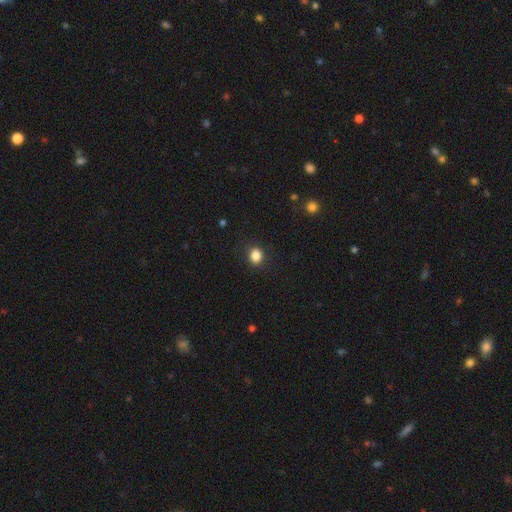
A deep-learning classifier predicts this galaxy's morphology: smooth 85%, star or artifact 11%, featured or disk 4%. Down the decision tree: how rounded — round (58%); merging — none (87%).